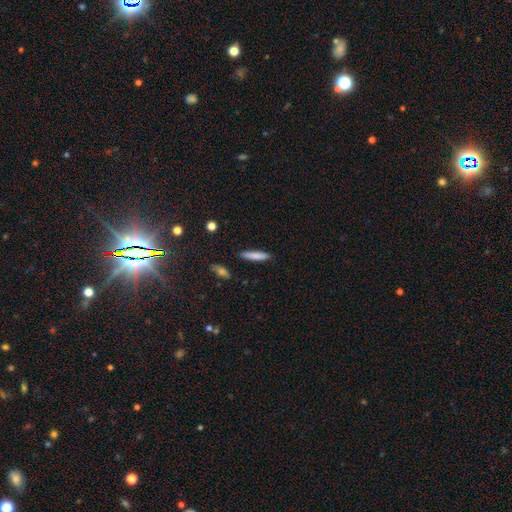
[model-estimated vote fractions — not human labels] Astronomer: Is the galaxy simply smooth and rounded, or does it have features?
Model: smooth — 82%.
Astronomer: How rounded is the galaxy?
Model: cigar-shaped — 87%.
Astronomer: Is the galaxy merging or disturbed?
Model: none — 88%.